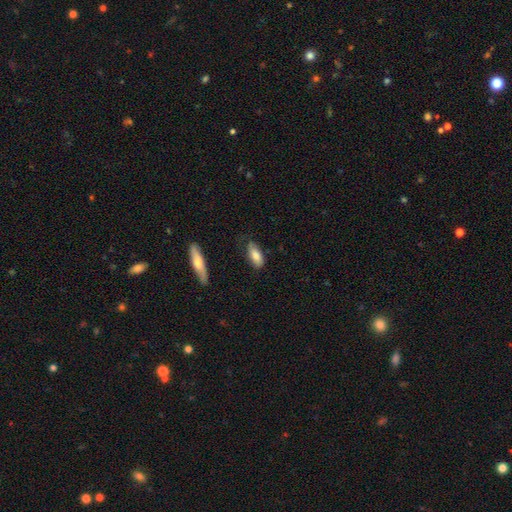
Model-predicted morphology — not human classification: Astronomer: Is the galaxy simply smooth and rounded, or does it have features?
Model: smooth — 80%.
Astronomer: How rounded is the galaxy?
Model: in between — 84%.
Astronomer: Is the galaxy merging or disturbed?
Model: none — 68%.